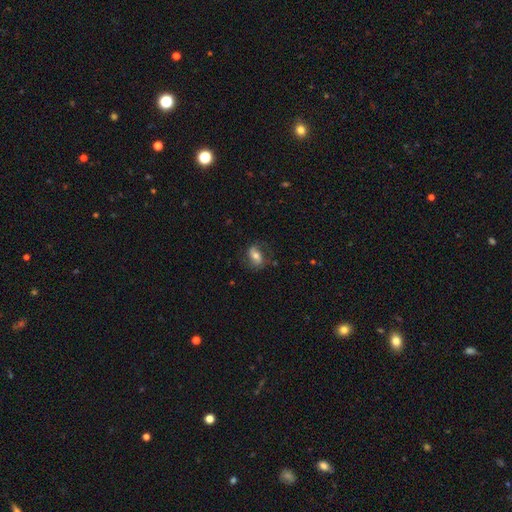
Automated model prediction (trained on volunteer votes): This appears to be a smooth galaxy with no disk features (53%) that is in between round and cigar-shaped (78%). Merging: none (69%).